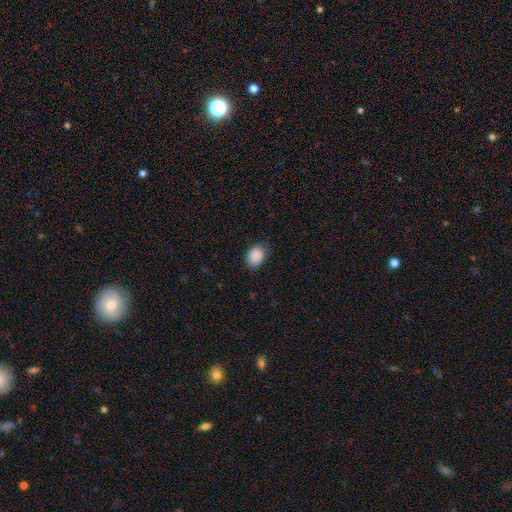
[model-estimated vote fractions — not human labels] smooth_or_featured: smooth (p=0.89) [alt: star or artifact p=0.08]
how_rounded: in between (p=0.74) [alt: round p=0.25]
merging: none (p=0.78) [alt: minor disturbance p=0.18]